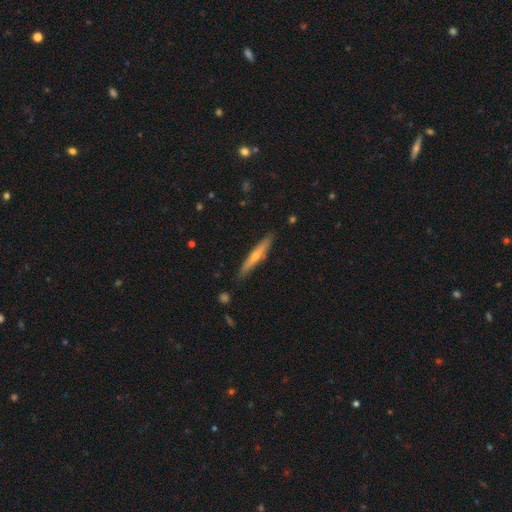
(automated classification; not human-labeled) A featured or disk galaxy (57%) viewed edge-on (94%) with a rounded central bulge (74%). Merging: none (88%).